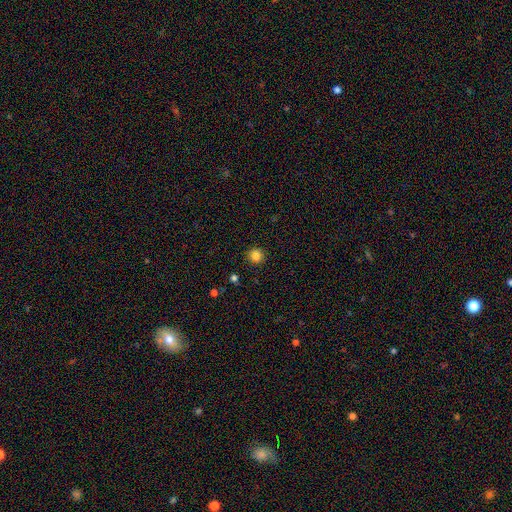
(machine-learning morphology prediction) Smooth or featured: smooth — 85% (star or artifact — 12%)
How rounded: round — 95% (in between — 4%)
Merging: none — 92% (minor disturbance — 5%)